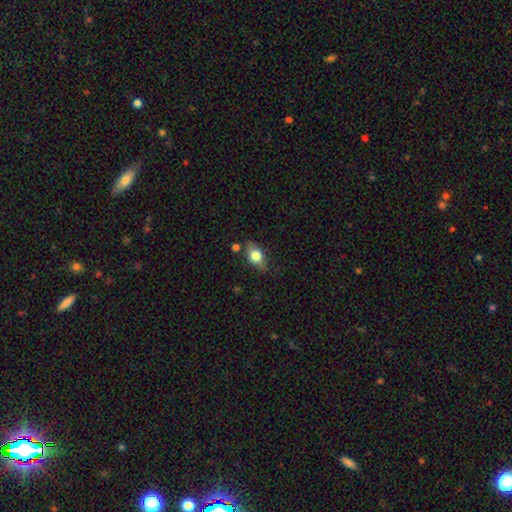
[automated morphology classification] smooth_or_featured: smooth (p=0.74) [alt: featured or disk p=0.18]
how_rounded: in between (p=0.77) [alt: round p=0.18]
merging: none (p=0.70) [alt: minor disturbance p=0.21]